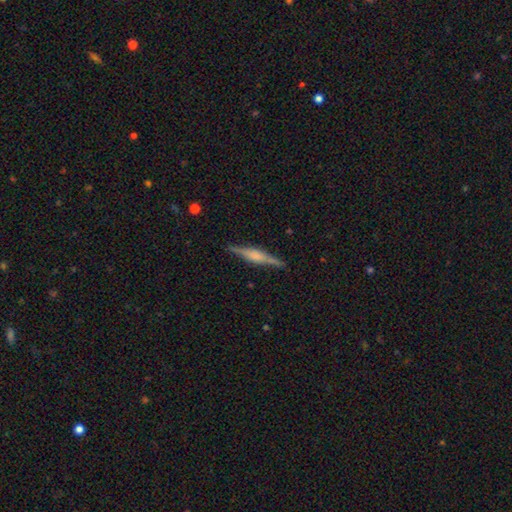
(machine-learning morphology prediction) smooth-or-featured: featured or disk: 73% | smooth: 21% | star or artifact: 7%
  disk-edge-on: yes: 98% | no: 2%
    edge-on-bulge: rounded: 53% | boxy: 40% | none: 7%
  merging: none: 88% | minor disturbance: 9% | major disturbance: 2% | merger: 1%